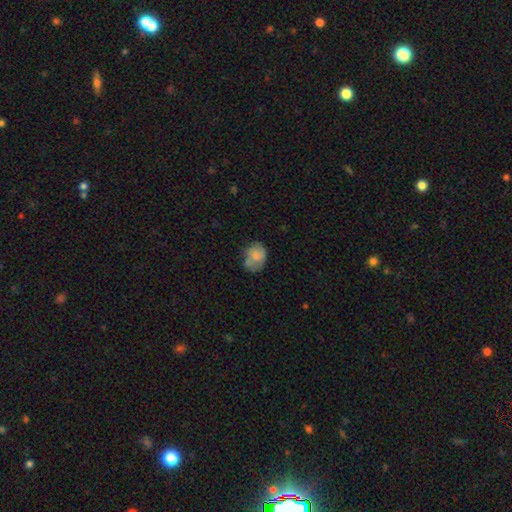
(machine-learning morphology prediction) smooth_or_featured: smooth (p=0.66) [alt: featured or disk p=0.26]
how_rounded: round (p=0.51) [alt: in between p=0.48]
merging: none (p=0.50) [alt: minor disturbance p=0.30]